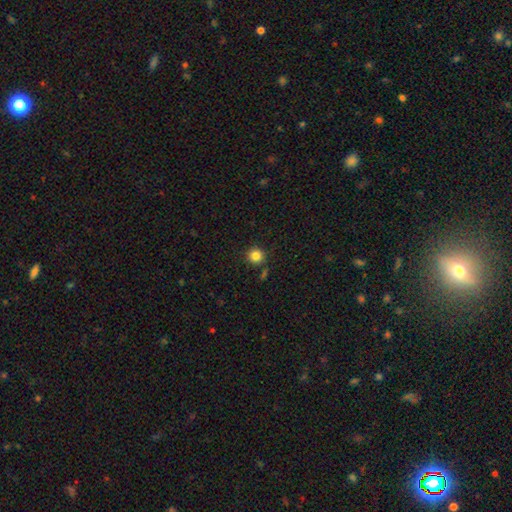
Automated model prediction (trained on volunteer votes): The model was most divided on "smooth or featured": smooth: 84%, star or artifact: 11%, featured or disk: 5%. More confident: how rounded — round (93%); merging — none (86%).